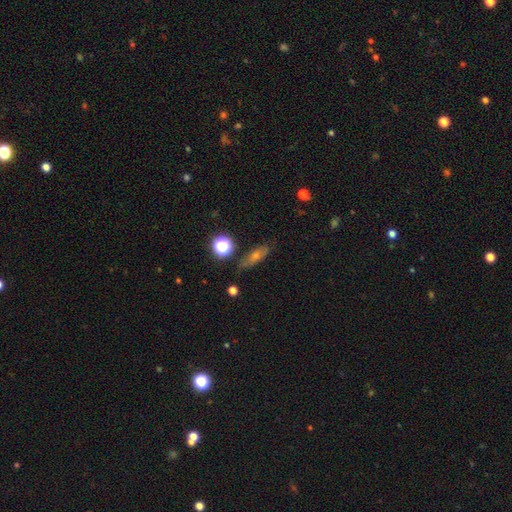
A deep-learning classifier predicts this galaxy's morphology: A smooth galaxy with no disk features (40%).

Vote fractions:
- Smooth or featured? smooth: 40% / featured or disk: 37% / star or artifact: 23%
- Merging? none: 80% / minor disturbance: 13% / major disturbance: 4% / merger: 3%